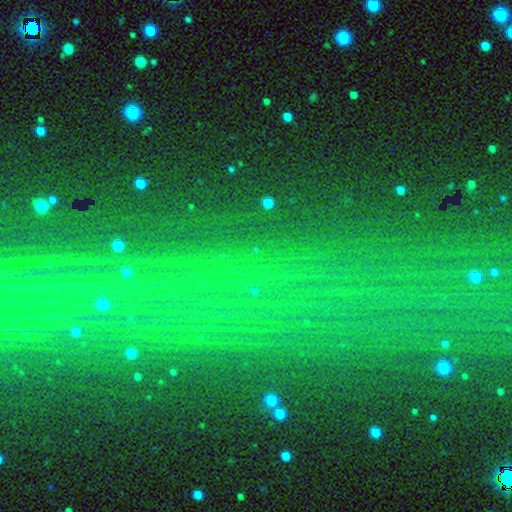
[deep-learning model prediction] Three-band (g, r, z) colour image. It shows a star or artifact, not a galaxy (78%).